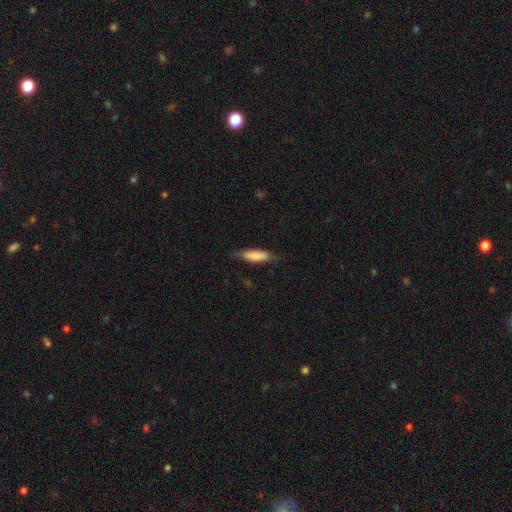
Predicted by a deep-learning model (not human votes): Smooth or featured: smooth — 82% (featured or disk — 13%)
How rounded: cigar-shaped — 51% (in between — 47%)
Merging: none — 76% (minor disturbance — 18%)